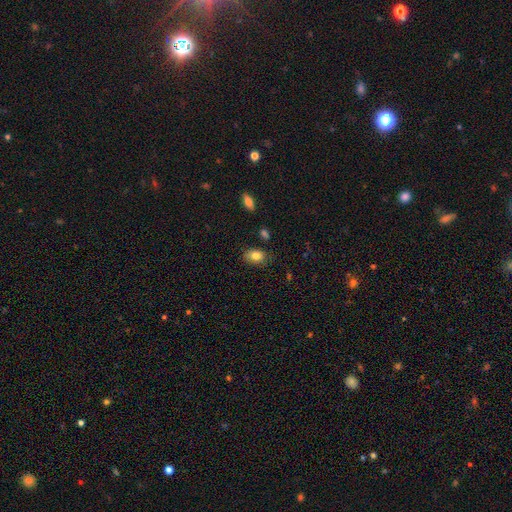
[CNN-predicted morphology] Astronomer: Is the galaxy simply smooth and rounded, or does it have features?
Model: smooth — 82%.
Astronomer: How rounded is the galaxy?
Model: in between — 83%.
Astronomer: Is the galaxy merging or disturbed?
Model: none — 80%.